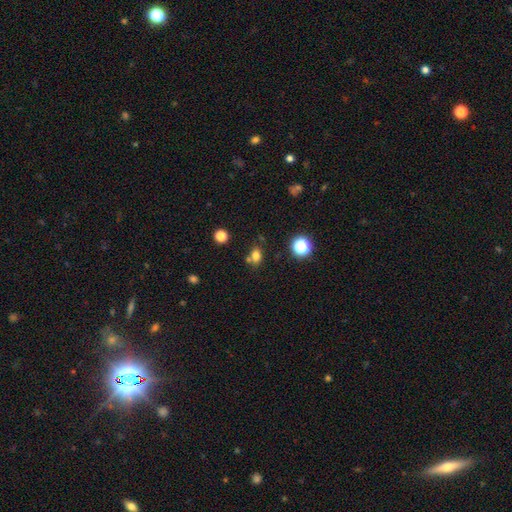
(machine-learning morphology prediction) This appears to be a smooth galaxy with no disk features (75%) that is in between round and cigar-shaped (58%). Merging: none (61%).